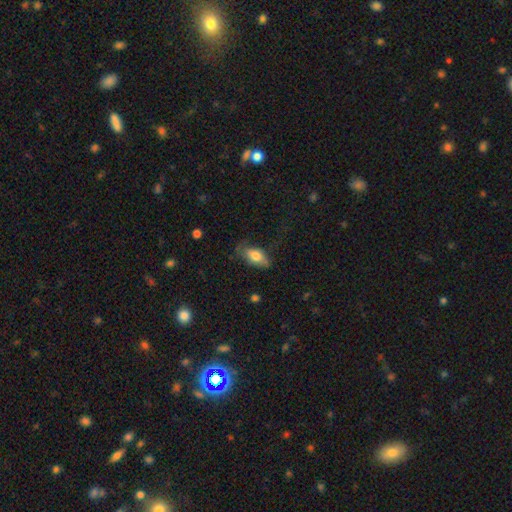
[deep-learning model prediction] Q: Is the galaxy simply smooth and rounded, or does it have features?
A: smooth — 73%.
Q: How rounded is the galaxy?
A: in between — 86%.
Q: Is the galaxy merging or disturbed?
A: none — 59%.